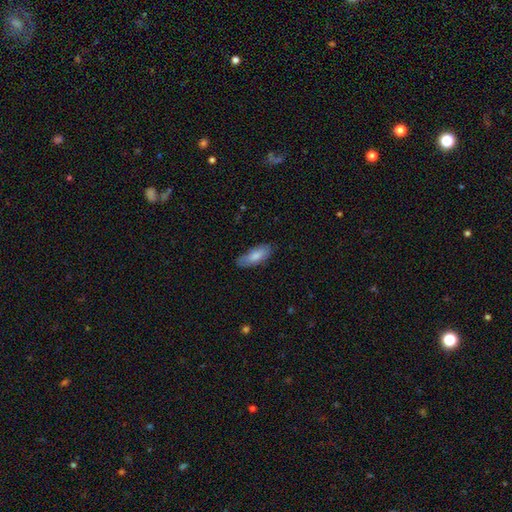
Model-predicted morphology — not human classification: type=smooth (79%); roundness=in between (75%); merging=none (75%).